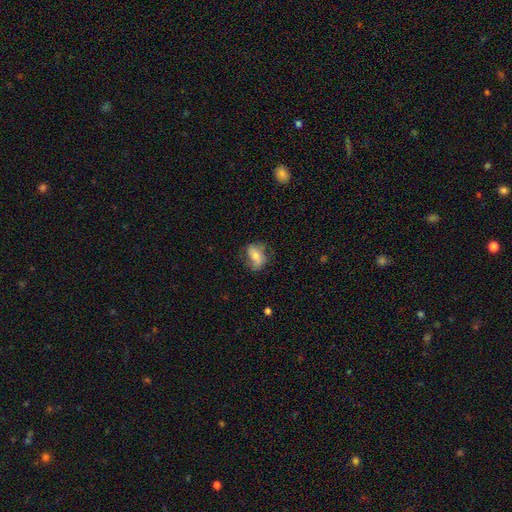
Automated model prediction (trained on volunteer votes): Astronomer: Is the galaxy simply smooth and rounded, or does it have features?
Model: smooth — 58%.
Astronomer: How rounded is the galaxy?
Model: in between — 74%.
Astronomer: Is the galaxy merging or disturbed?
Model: none — 62%.